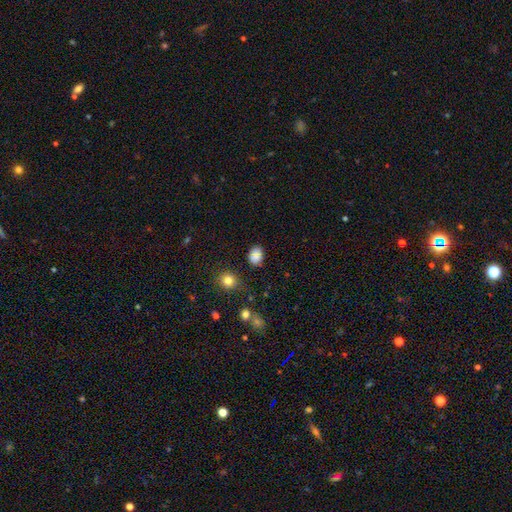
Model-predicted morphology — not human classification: The model was most divided on "how rounded": round: 52%, in between: 46%, cigar-shaped: 1%. More confident: smooth or featured — smooth (72%); merging — none (69%).